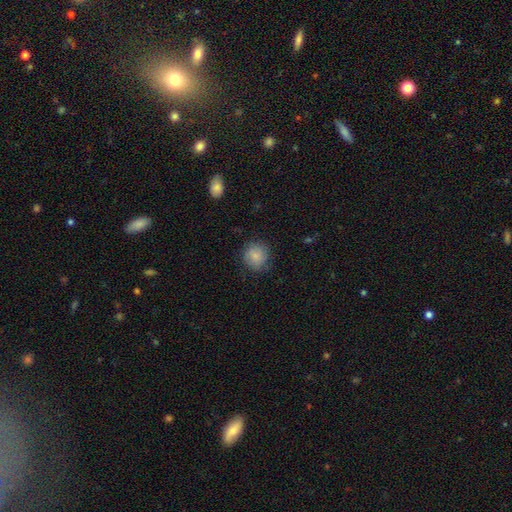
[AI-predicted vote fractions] The model was most divided on "merging": none: 79%, minor disturbance: 15%, major disturbance: 4%, merger: 1%. More confident: how rounded — round (85%); smooth or featured — smooth (84%).